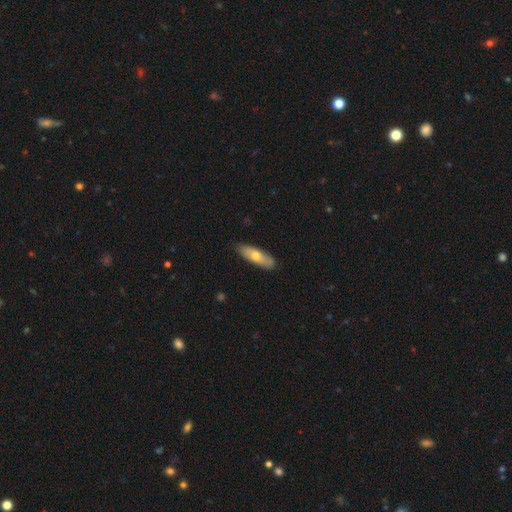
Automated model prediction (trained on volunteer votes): This is likely a smooth galaxy (67%). How rounded: possibly in between (53%). Merging: clearly none (82%).